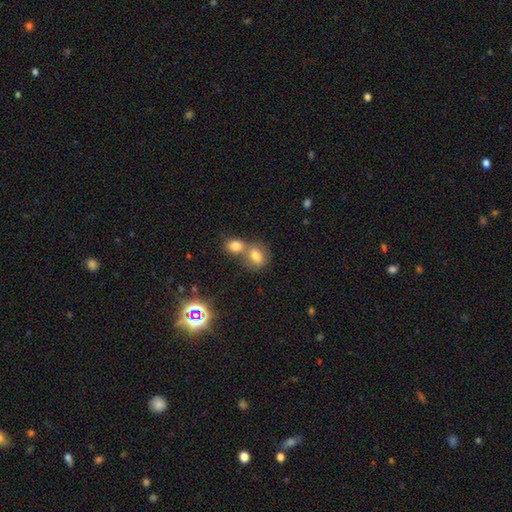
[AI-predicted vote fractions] Smooth or featured?
  - smooth: 75% *
  - star or artifact: 13%
  - featured or disk: 12%
How rounded?
  - in between: 52% *
  - round: 46%
  - cigar-shaped: 2%
Merging?
  - merger: 55% *
  - none: 33%
  - minor disturbance: 9%
  - major disturbance: 4%